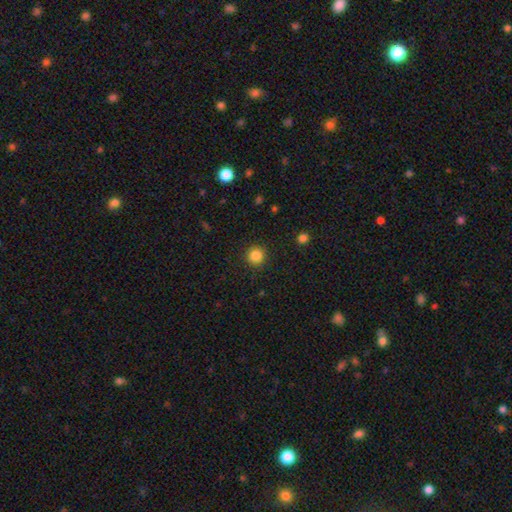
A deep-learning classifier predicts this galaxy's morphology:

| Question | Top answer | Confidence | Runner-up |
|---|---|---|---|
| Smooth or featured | smooth | 85% | star or artifact (11%) |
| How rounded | round | 95% | in between (5%) |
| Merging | none | 92% | minor disturbance (5%) |